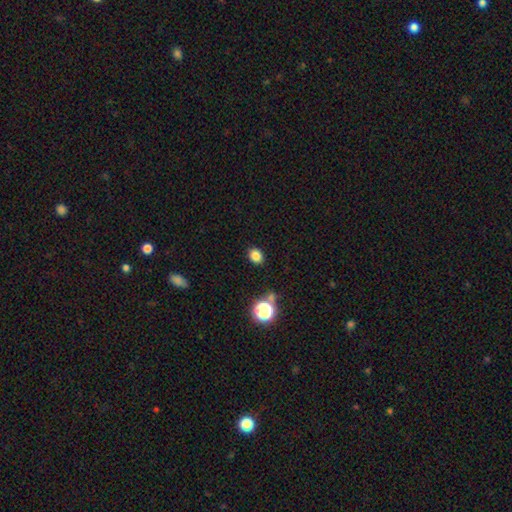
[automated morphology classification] Smooth or featured?
  - smooth: 82% *
  - star or artifact: 14%
  - featured or disk: 5%
How rounded?
  - in between: 57% *
  - round: 42%
  - cigar-shaped: 1%
Merging?
  - none: 87% *
  - minor disturbance: 9%
  - major disturbance: 3%
  - merger: 2%